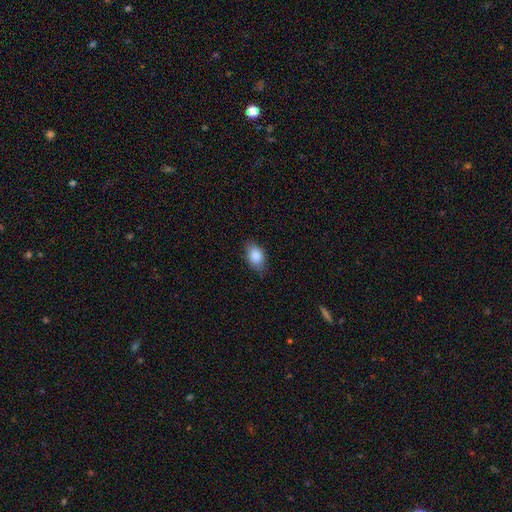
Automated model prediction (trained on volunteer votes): Morphology: type=smooth (87%); roundness=in between (85%); merging=none (79%).